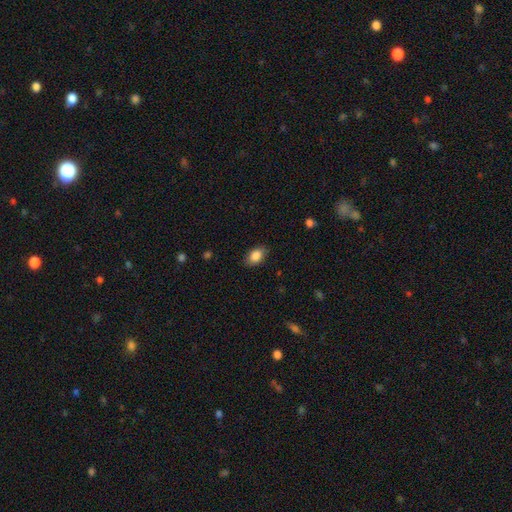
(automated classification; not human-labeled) Morphology: type=smooth (86%); roundness=in between (86%); merging=none (84%).